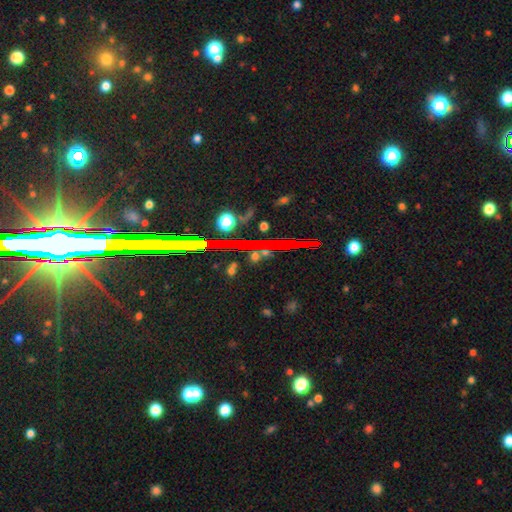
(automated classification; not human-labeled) This is possibly a star or artifact rather than a galaxy (56%).